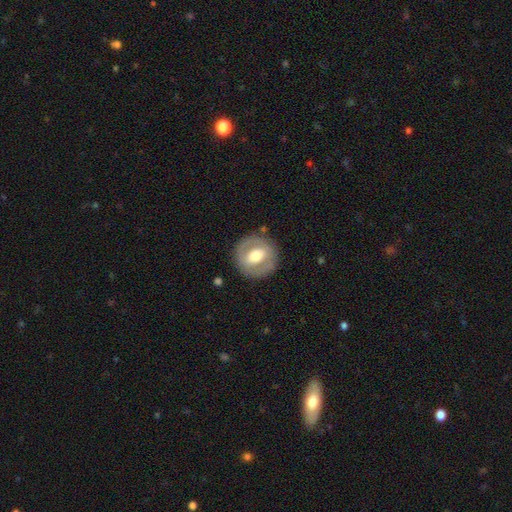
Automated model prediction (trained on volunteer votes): The model was most divided on "bar": weak: 37%, no: 32%, strong: 31%. More confident: edge-on disk — no (95%); merging — none (84%); spiral arms — no (72%); bulge size — moderate (67%); smooth or featured — featured or disk (54%).